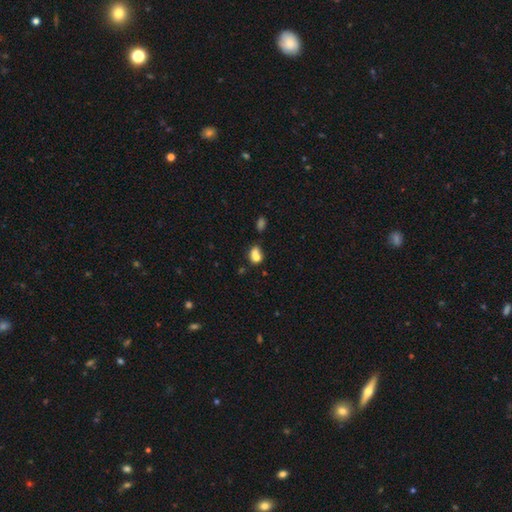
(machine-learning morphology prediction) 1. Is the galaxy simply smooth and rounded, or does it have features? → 74% smooth, 15% featured or disk, 11% star or artifact.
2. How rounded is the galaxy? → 57% in between, 41% round, 2% cigar-shaped.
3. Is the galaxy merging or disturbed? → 54% merger, 27% none, 12% minor disturbance, 7% major disturbance.